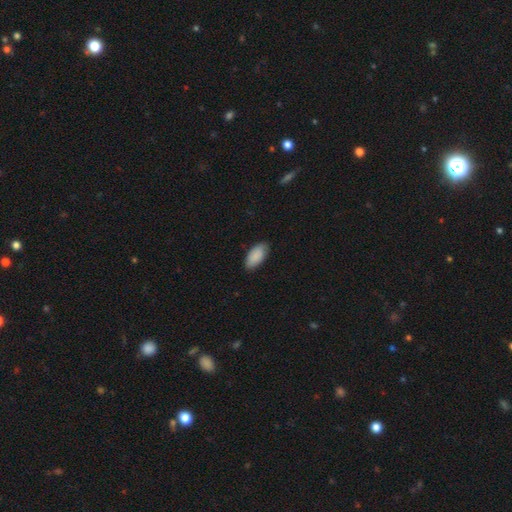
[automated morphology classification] This appears to be a smooth galaxy with no disk features (89%) that is in between round and cigar-shaped (93%). Merging: none (83%).